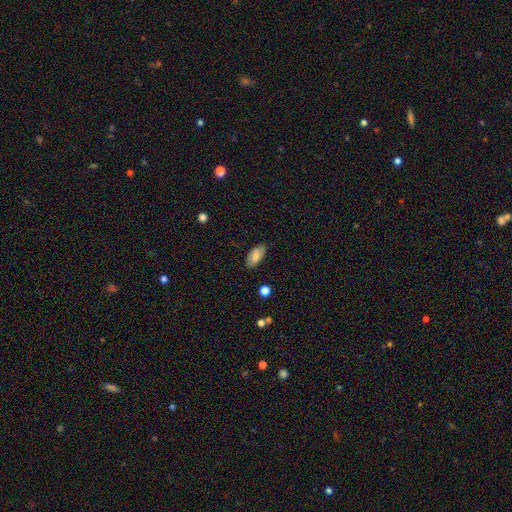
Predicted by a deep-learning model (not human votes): Q: Smooth or featured?
A: smooth (73%); runner-up: featured or disk (20%)
Q: How rounded?
A: in between (92%); runner-up: cigar-shaped (5%)
Q: Merging?
A: none (84%); runner-up: minor disturbance (13%)